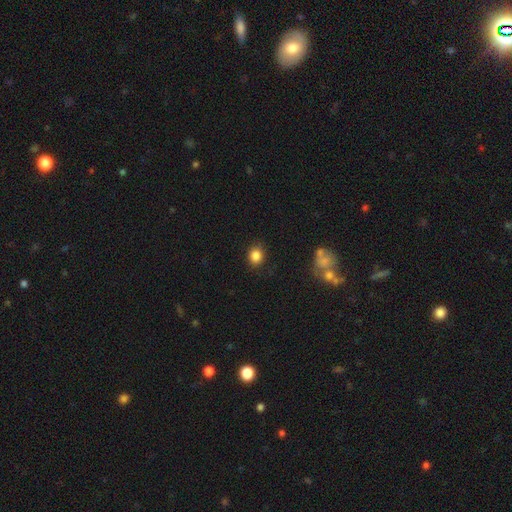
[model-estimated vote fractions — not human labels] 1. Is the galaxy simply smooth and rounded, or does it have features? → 85% smooth, 10% star or artifact, 5% featured or disk.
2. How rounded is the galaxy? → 67% round, 32% in between, 1% cigar-shaped.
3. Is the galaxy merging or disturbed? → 86% none, 10% minor disturbance, 3% major disturbance, 2% merger.